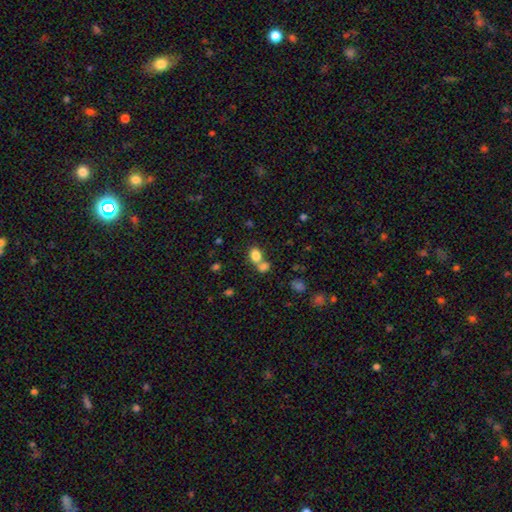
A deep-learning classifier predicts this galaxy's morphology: Q: Smooth or featured?
A: smooth (81%); runner-up: star or artifact (11%)
Q: How rounded?
A: in between (64%); runner-up: round (34%)
Q: Merging?
A: merger (46%); runner-up: none (42%)